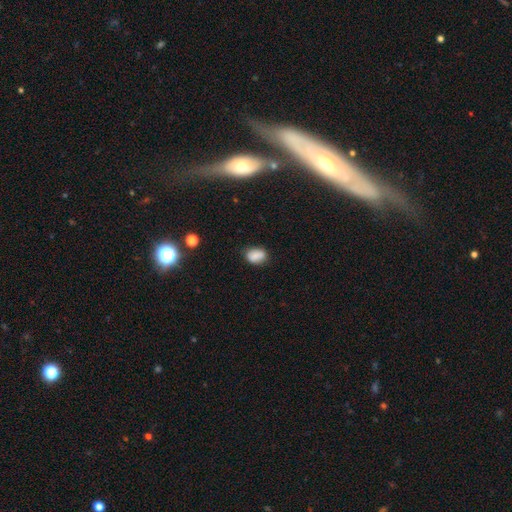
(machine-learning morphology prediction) The model was most divided on "how rounded": in between: 75%, round: 24%, cigar-shaped: 1%. More confident: smooth or featured — smooth (83%); merging — none (72%).